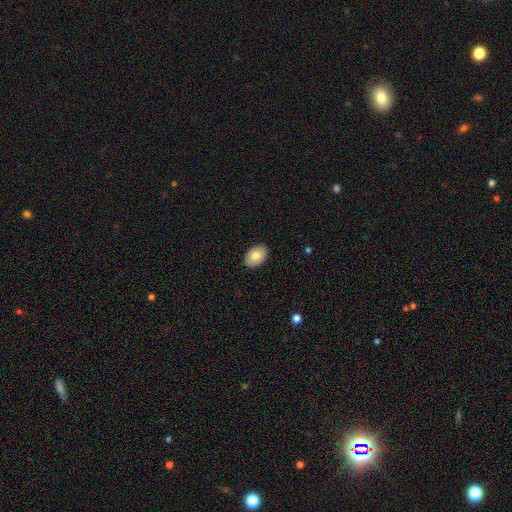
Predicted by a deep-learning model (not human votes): smooth 79%, featured or disk 14%, star or artifact 7%. Down the decision tree: how rounded — in between (88%); merging — none (89%).